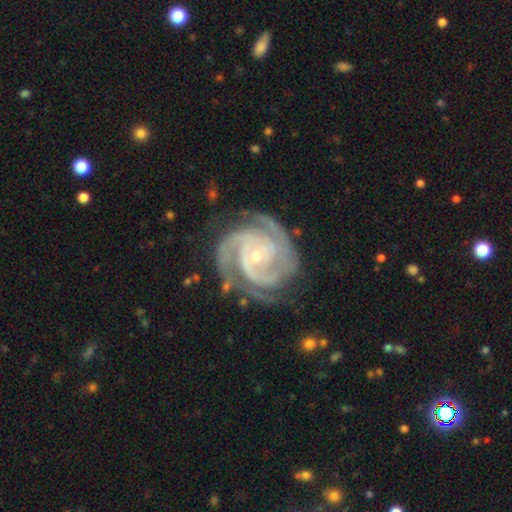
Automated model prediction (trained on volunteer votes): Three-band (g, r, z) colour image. It shows a featured or disk galaxy (93%) with no bar (59%), 3 (45%) tight (67%) spiral arms (99%) and a small central bulge (75%). Merging: none (72%).